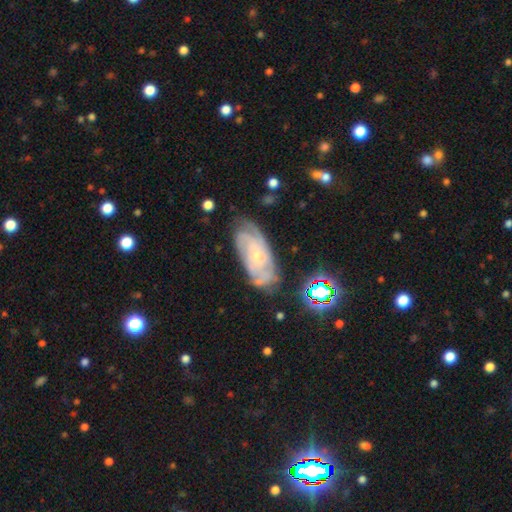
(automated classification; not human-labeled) This is likely a featured or disk galaxy (72%). It is clearly not viewed edge-on (91%). Bar: likely no (66%). Spiral arm pattern: clearly yes (91%). Spiral arm count: possibly can't tell (47%). Spiral winding: likely tight (63%). Central bulge: likely small (63%). Merging: likely none (70%).